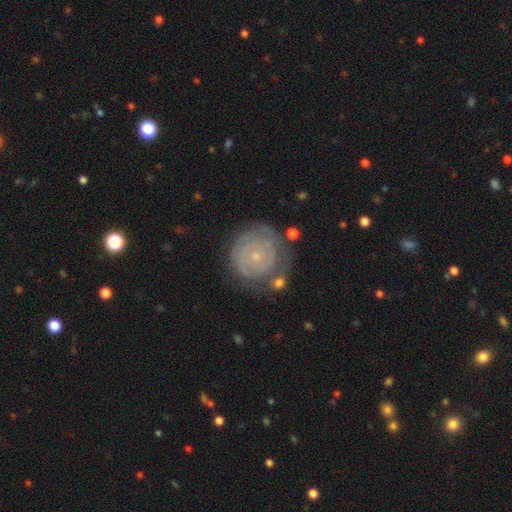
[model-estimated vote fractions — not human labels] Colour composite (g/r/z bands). It shows a featured or disk galaxy (73%) with no bar (84%), tight (83%) spiral arms (85%) and a small central bulge (83%). Merging: none (68%).